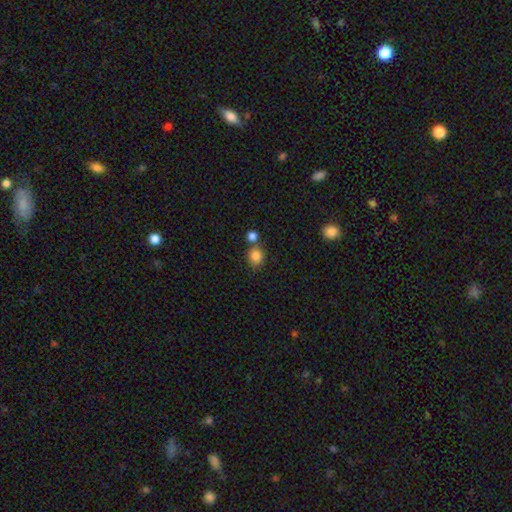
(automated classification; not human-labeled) Smooth or featured? Predicted: smooth (p=0.85). How rounded? Predicted: round (p=0.76). Merging? Predicted: none (p=0.59).